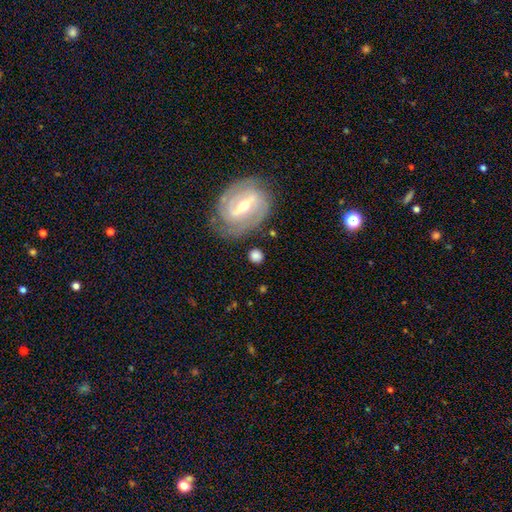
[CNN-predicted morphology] Smooth or featured?
  - smooth: 56% *
  - featured or disk: 35%
  - star or artifact: 8%
How rounded?
  - round: 75% *
  - in between: 23%
  - cigar-shaped: 3%
Merging?
  - none: 78% *
  - minor disturbance: 12%
  - major disturbance: 5%
  - merger: 4%